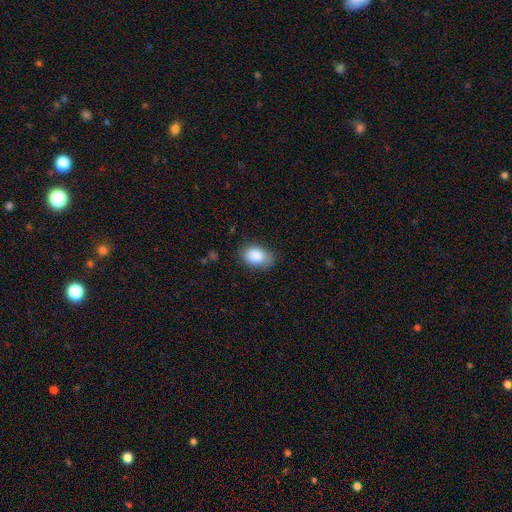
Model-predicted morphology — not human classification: A smooth galaxy with no disk features (87%) that is in between round and cigar-shaped (81%). Merging: none (70%).